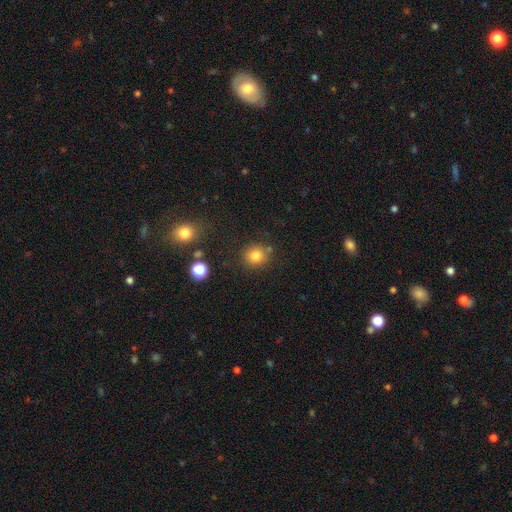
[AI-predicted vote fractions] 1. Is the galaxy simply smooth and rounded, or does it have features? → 80% smooth, 13% star or artifact, 7% featured or disk.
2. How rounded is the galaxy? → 89% round, 10% in between, 1% cigar-shaped.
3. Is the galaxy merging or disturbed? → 82% none, 9% minor disturbance, 5% merger, 3% major disturbance.